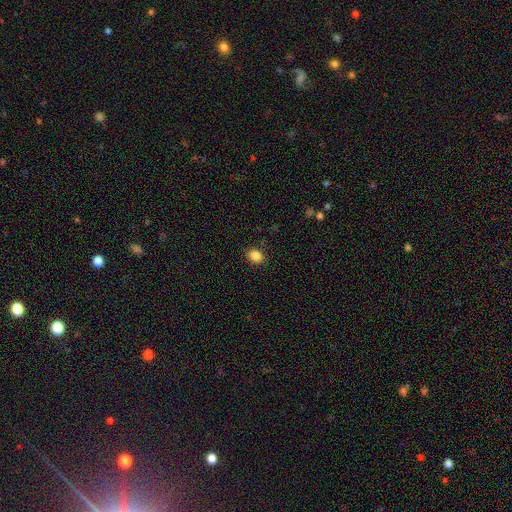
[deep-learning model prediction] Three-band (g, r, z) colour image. It shows a smooth galaxy with no disk features (86%) that is in between round and cigar-shaped (57%). Merging: none (87%).